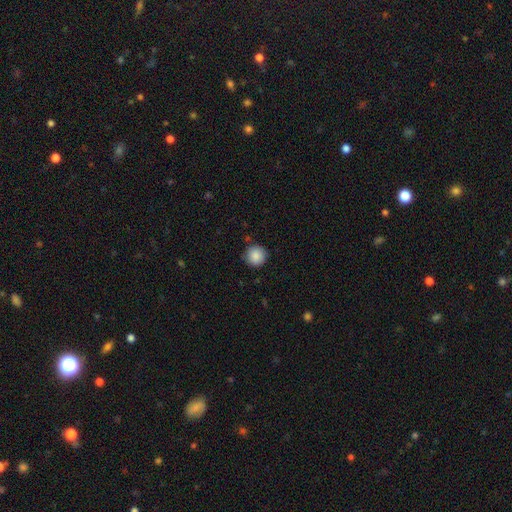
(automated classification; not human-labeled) This appears to be a smooth galaxy with no disk features (88%) that is round (95%). Merging: none (87%).